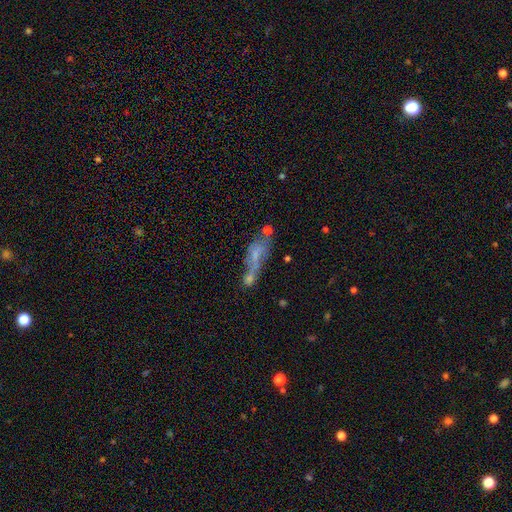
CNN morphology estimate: This appears to be a featured or disk galaxy (47%). Merging: merger (39%).